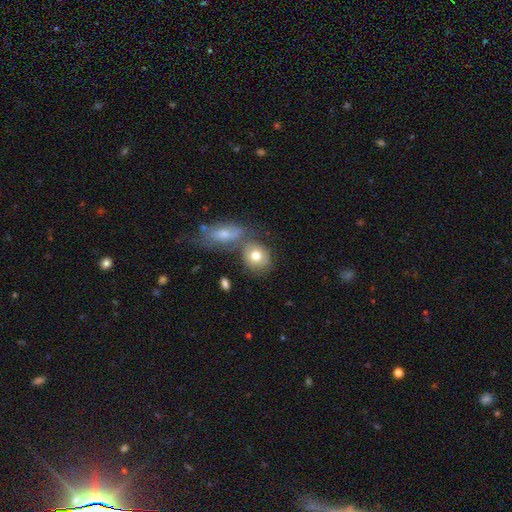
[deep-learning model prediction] Smooth or featured? Predicted: smooth (p=0.76). How rounded? Predicted: round (p=0.57). Merging? Predicted: none (p=0.51).